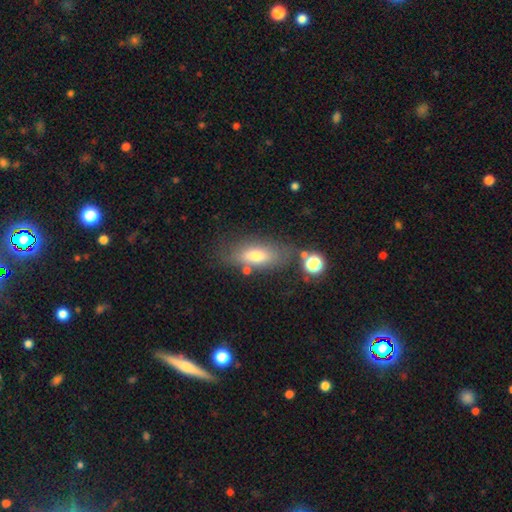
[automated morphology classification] Smooth or featured? smooth (68%)
How rounded? in between (77%)
Merging? none (66%)